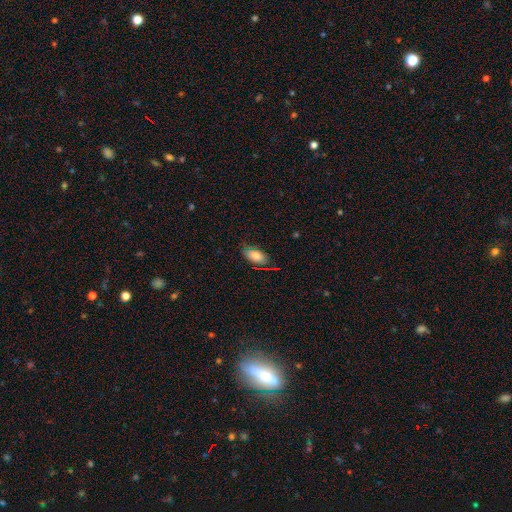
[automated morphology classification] smooth 73%, featured or disk 17%, star or artifact 9%. Down the decision tree: how rounded — in between (91%); merging — none (67%).